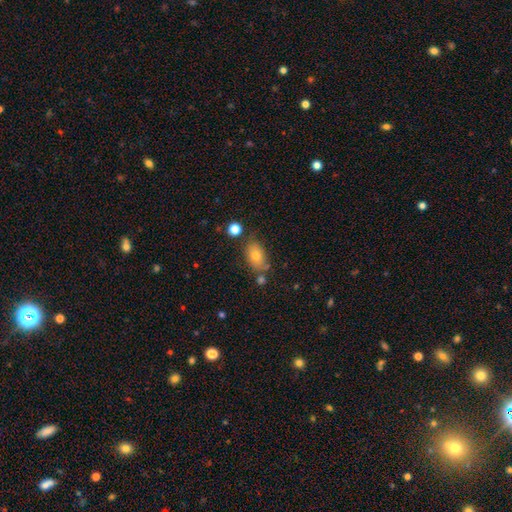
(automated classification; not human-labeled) Q: Smooth or featured?
A: smooth (72%); runner-up: featured or disk (17%)
Q: How rounded?
A: in between (82%); runner-up: round (15%)
Q: Merging?
A: none (65%); runner-up: minor disturbance (20%)